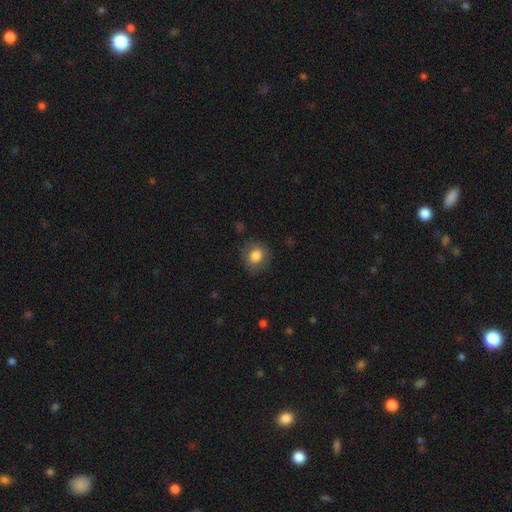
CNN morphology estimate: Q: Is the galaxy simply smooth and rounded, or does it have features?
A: smooth — 80%.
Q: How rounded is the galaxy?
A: round — 82%.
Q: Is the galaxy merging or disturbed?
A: none — 83%.